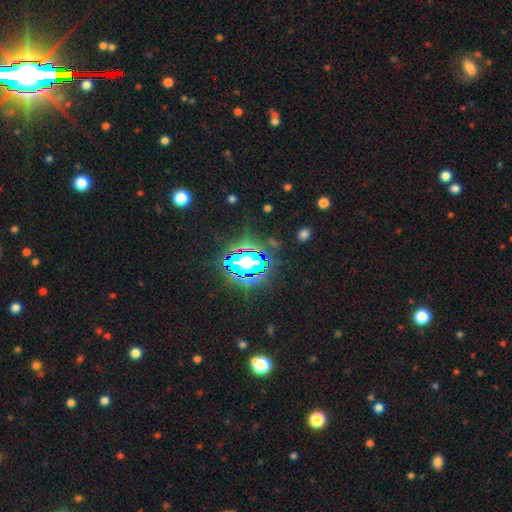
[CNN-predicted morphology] Overall: star or artifact (85%).